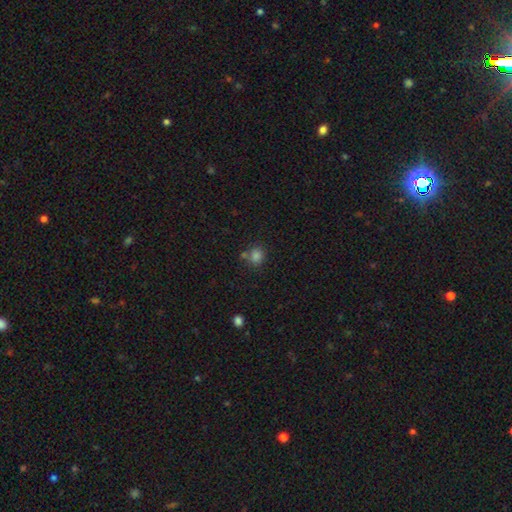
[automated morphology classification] This is likely a smooth galaxy (79%). How rounded: clearly round (82%). Merging: likely none (65%).